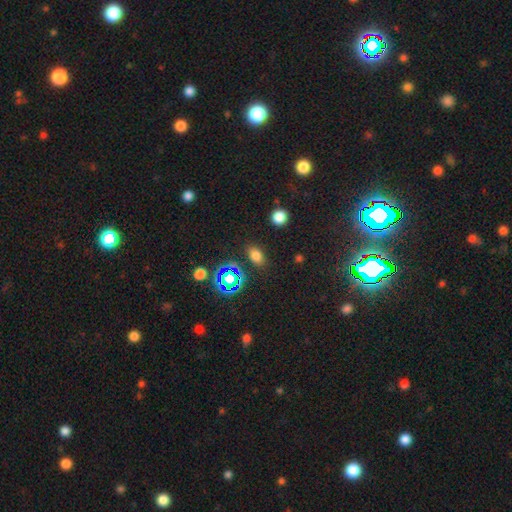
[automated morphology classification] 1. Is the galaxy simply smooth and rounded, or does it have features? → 69% smooth, 24% star or artifact, 7% featured or disk.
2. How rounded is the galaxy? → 83% in between, 15% round, 3% cigar-shaped.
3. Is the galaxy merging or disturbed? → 85% none, 9% minor disturbance, 3% major disturbance, 2% merger.